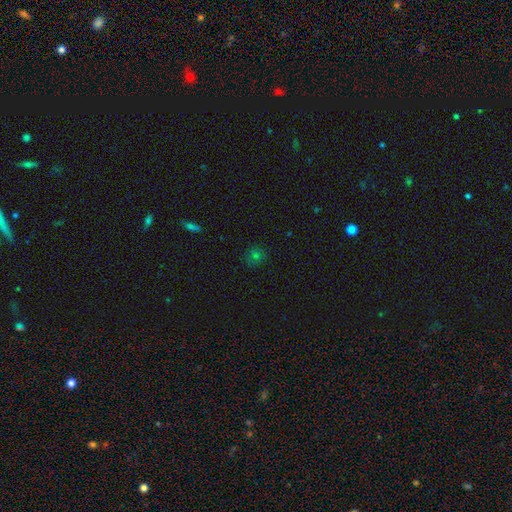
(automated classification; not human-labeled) Overall: smooth (57%; star or artifact 32%). How rounded: round (86%). Merging: none (84%).